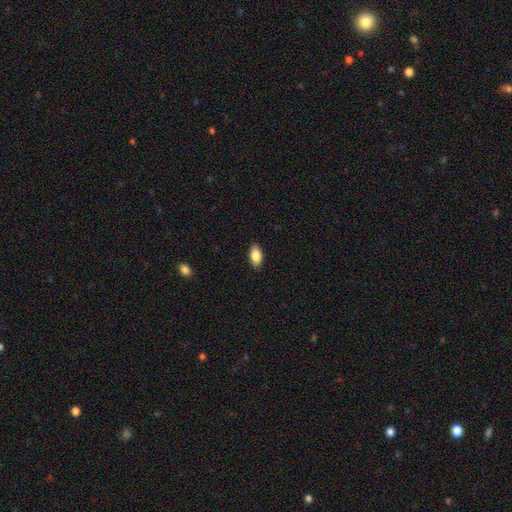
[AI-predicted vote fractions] smooth 85%, featured or disk 8%, star or artifact 7%. Down the decision tree: how rounded — in between (92%); merging — none (89%).